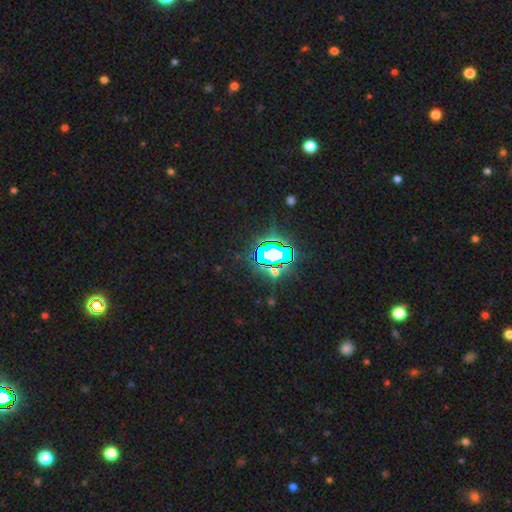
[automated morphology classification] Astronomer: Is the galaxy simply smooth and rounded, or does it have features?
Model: star or artifact — 74%.